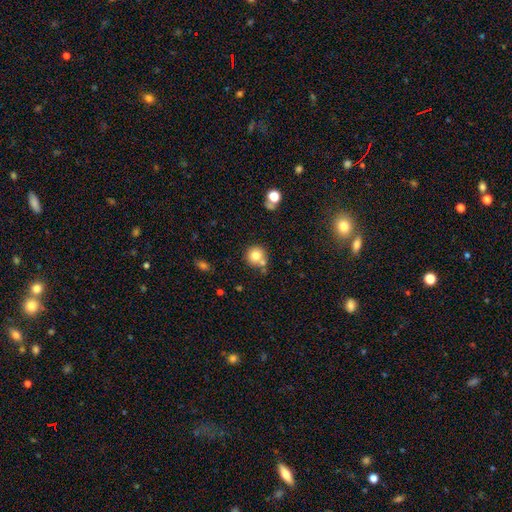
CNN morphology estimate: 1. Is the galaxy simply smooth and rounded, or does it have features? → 78% smooth, 11% featured or disk, 11% star or artifact.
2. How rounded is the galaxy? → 90% round, 9% in between, 1% cigar-shaped.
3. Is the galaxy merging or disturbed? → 61% none, 24% merger, 12% minor disturbance, 4% major disturbance.